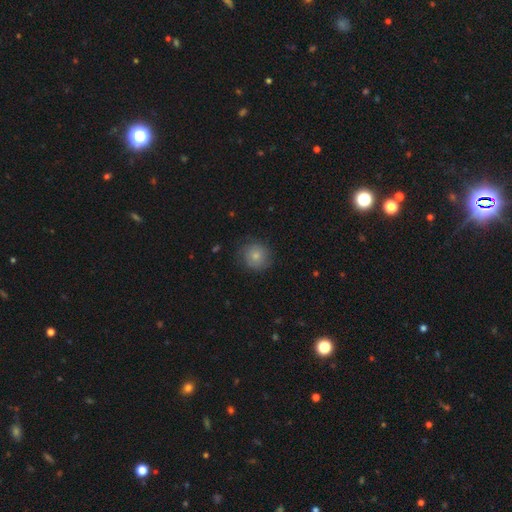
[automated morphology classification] This appears to be a smooth galaxy with no disk features (77%) that is round (91%). Merging: none (78%).